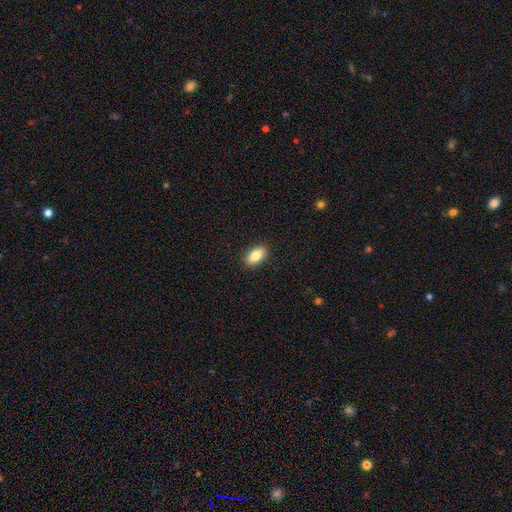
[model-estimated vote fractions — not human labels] Overall: smooth (82%). How rounded: in between (90%). Merging: none (90%).